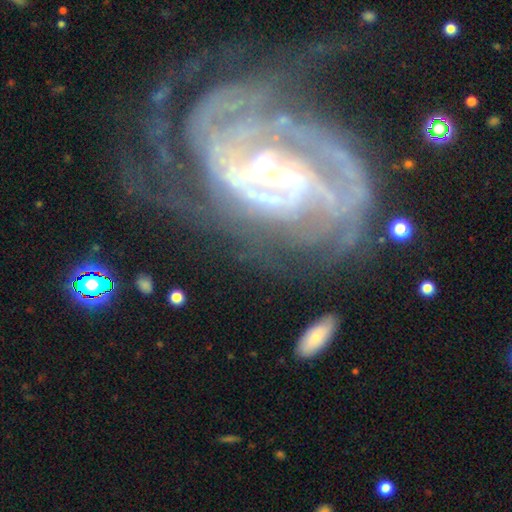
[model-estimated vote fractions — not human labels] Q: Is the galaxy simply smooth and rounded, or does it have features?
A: featured or disk — 87%.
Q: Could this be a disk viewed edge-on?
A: no — 96%.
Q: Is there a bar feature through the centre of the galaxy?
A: weak — 41%.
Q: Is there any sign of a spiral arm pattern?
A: yes — 94%.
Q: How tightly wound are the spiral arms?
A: tight — 58%.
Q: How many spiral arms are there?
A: can't tell — 32%.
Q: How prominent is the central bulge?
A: small — 58%.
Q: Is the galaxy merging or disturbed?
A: none — 42%.